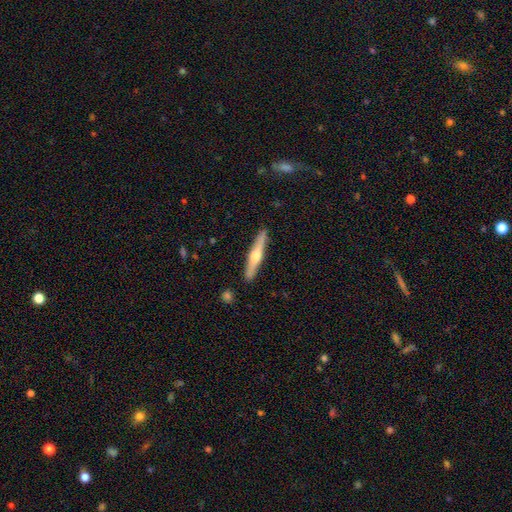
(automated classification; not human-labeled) A featured or disk galaxy (61%) viewed edge-on (97%) with a rounded central bulge (91%). Merging: none (91%).